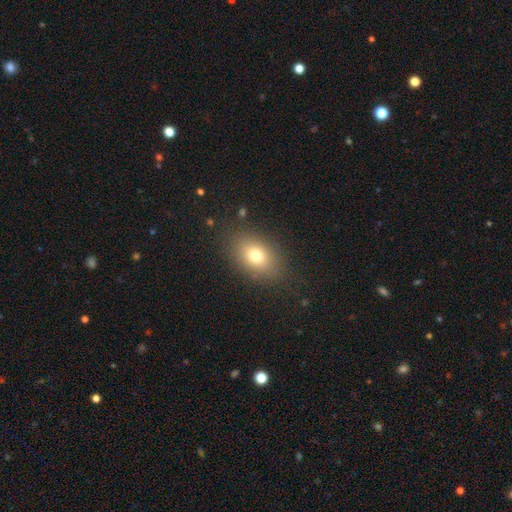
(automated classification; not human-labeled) This appears to be a smooth galaxy with no disk features (74%) that is in between round and cigar-shaped (77%). Merging: none (83%).